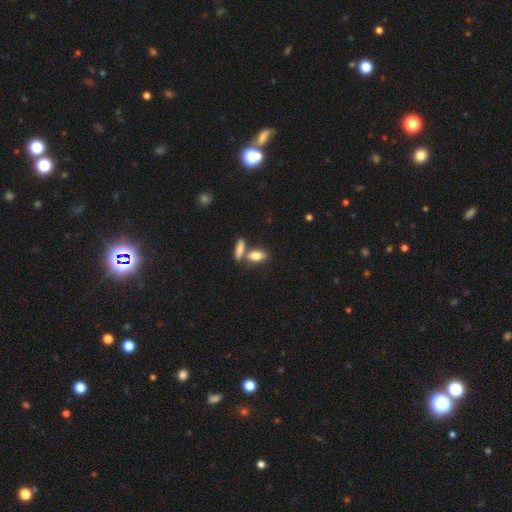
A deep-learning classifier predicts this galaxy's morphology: A smooth galaxy with no disk features (80%) that is in between round and cigar-shaped (79%). Merging: none (55%).